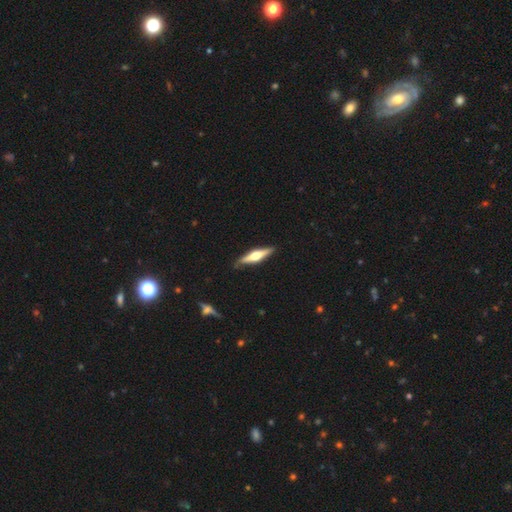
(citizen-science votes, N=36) A featured or disk galaxy (61%) viewed edge-on (95%) with a rounded central bulge (100%).

Vote fractions:
- Smooth or featured? featured or disk: 61% / smooth: 33% / star or artifact: 6%
- Edge-on disk? yes: 95% / no: 5%
- Edge-on bulge? rounded: 100% / boxy: 0% / none: 0%
- Merging? none: 88% / minor disturbance: 9% / merger: 3% / major disturbance: 0%